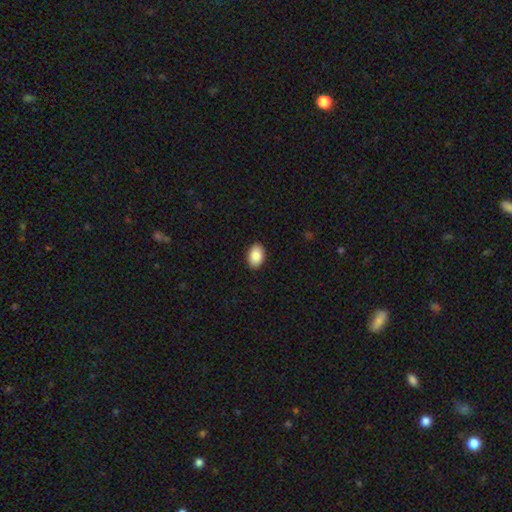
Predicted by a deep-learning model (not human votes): Smooth or featured? smooth (89%)
How rounded? in between (88%)
Merging? none (90%)